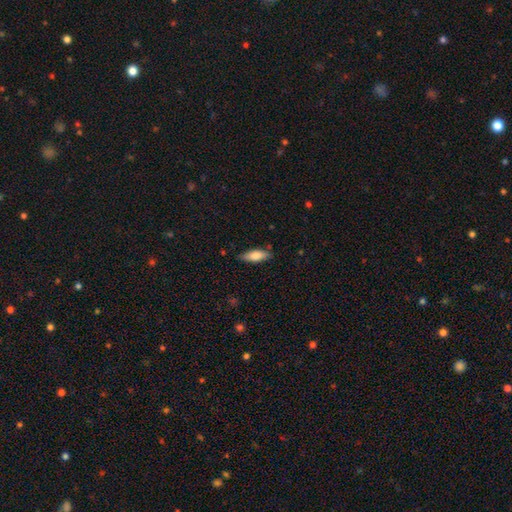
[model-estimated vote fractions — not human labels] This is likely a smooth galaxy (75%). How rounded: likely in between (62%). Merging: clearly none (82%).